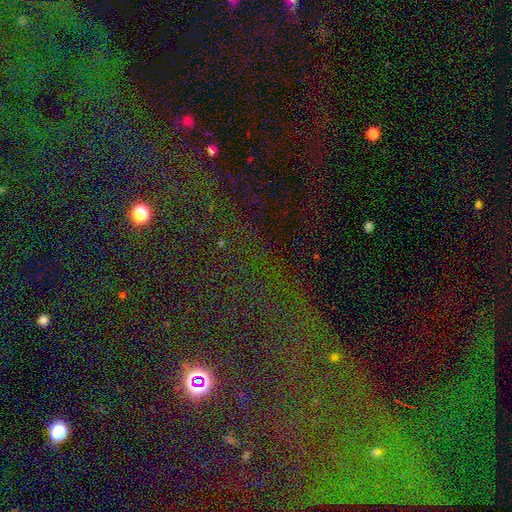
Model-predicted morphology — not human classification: Smooth or featured? star or artifact (77%)